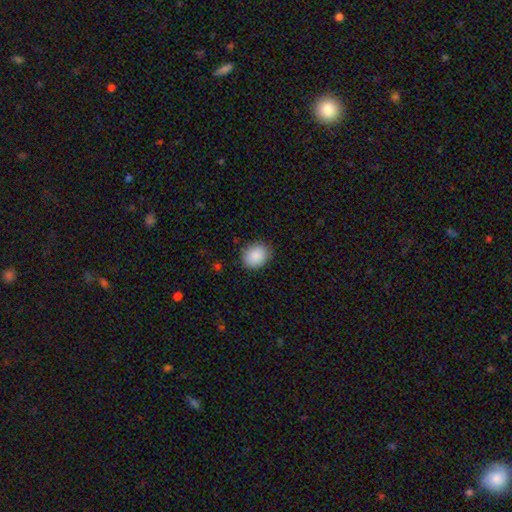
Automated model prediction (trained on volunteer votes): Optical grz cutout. It shows a smooth galaxy with no disk features (89%) that is round (55%). Merging: none (83%).